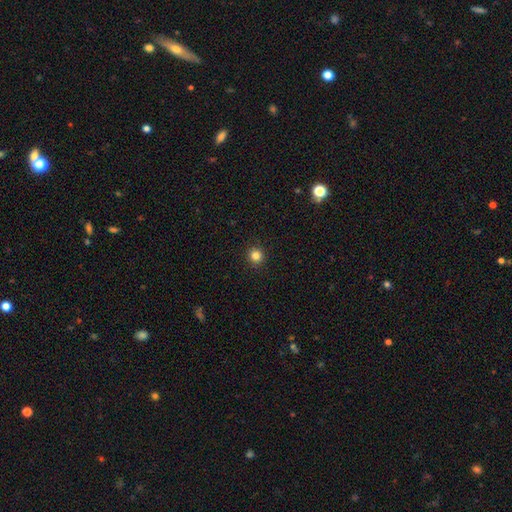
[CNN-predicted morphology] Q: Smooth or featured?
A: smooth (83%); runner-up: star or artifact (12%)
Q: How rounded?
A: round (93%); runner-up: in between (6%)
Q: Merging?
A: none (92%); runner-up: minor disturbance (5%)